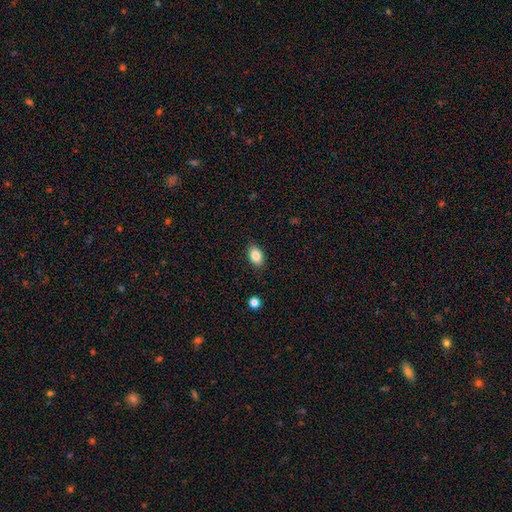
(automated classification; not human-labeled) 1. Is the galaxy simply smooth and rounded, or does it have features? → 85% smooth, 8% star or artifact, 7% featured or disk.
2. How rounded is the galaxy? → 89% in between, 10% round, 1% cigar-shaped.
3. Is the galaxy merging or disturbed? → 87% none, 9% minor disturbance, 2% major disturbance, 1% merger.